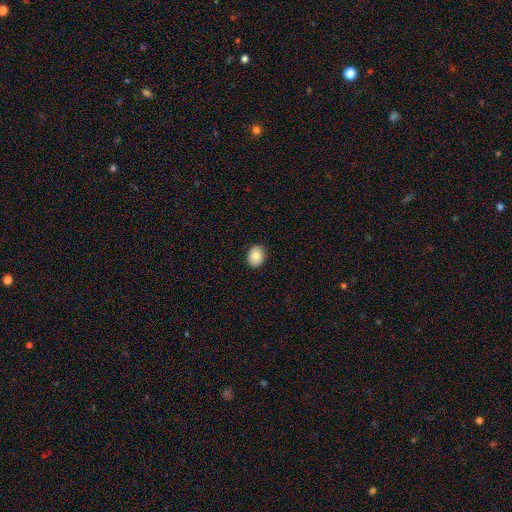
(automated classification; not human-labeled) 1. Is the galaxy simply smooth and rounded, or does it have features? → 84% smooth, 8% featured or disk, 8% star or artifact.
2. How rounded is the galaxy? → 60% in between, 39% round, 1% cigar-shaped.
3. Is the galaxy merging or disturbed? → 89% none, 9% minor disturbance, 2% major disturbance, 1% merger.